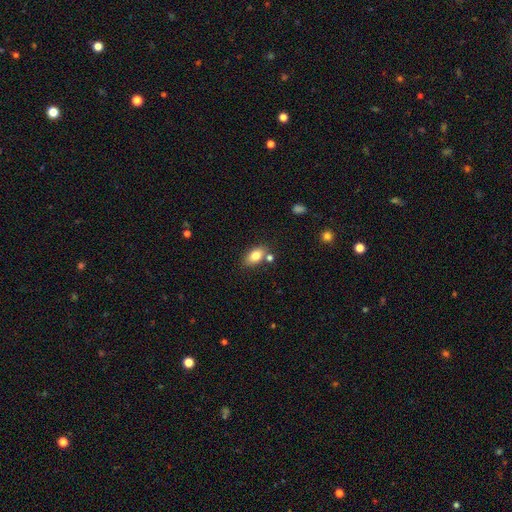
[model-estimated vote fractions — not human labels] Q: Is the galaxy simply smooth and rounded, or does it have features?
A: smooth — 81%.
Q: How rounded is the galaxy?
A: in between — 88%.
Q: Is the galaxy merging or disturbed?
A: none — 71%.